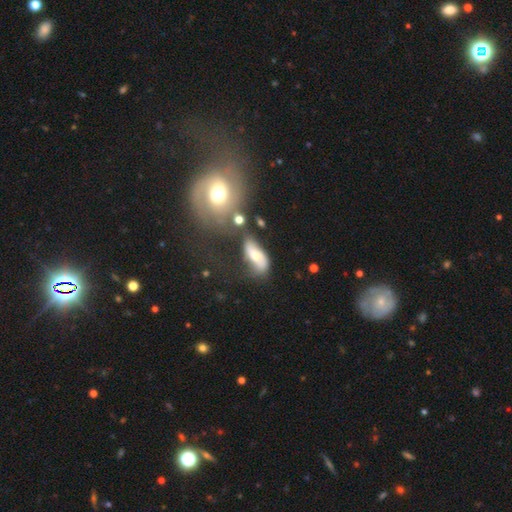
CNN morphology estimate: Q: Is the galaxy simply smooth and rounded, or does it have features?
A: smooth — 54%.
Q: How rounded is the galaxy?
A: in between — 78%.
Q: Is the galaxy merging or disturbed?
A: none — 42%.